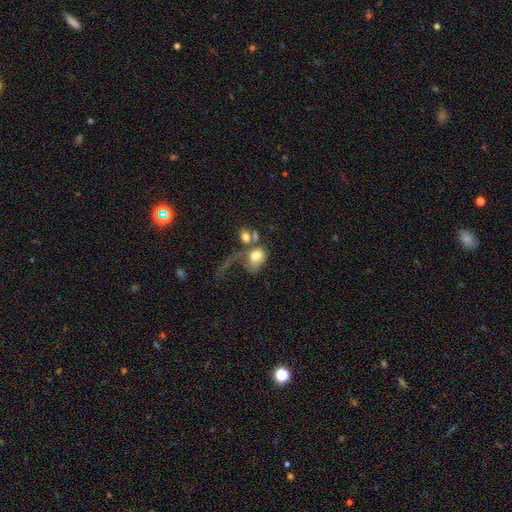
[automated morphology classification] Overall: smooth (61%; featured or disk 29%). How rounded: in between (67%; round 31%). Merging: major disturbance (41%; merger 35%).